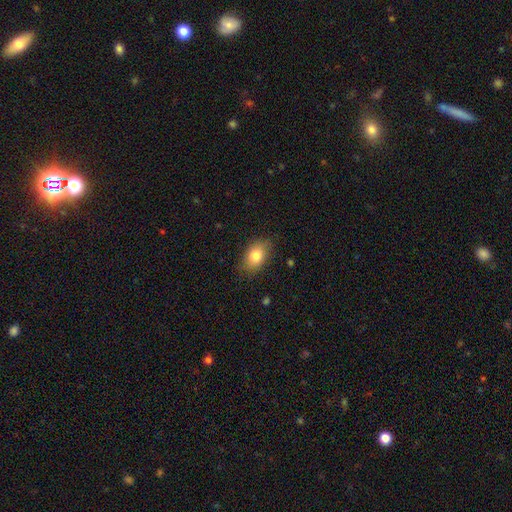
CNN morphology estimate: This appears to be a smooth galaxy with no disk features (81%) that is in between round and cigar-shaped (82%). Merging: none (81%).